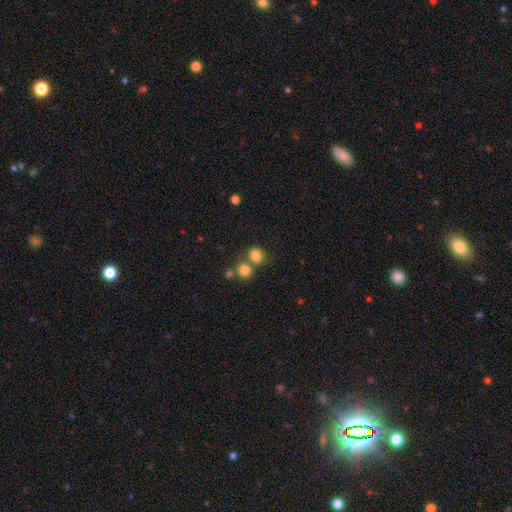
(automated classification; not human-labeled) smooth_or_featured: smooth (p=0.81) [alt: star or artifact p=0.12]
how_rounded: round (p=0.62) [alt: in between p=0.37]
merging: none (p=0.53) [alt: merger p=0.32]